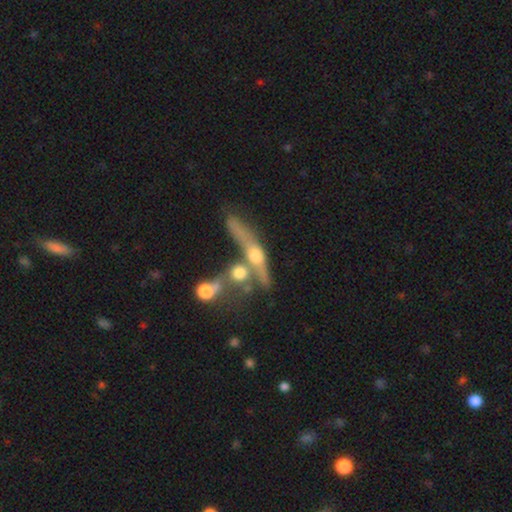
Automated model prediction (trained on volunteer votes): smooth-or-featured: featured or disk: 54% | smooth: 34% | star or artifact: 12%
  disk-edge-on: yes: 74% | no: 26%
  merging: merger: 44% | none: 36% | minor disturbance: 11% | major disturbance: 9%